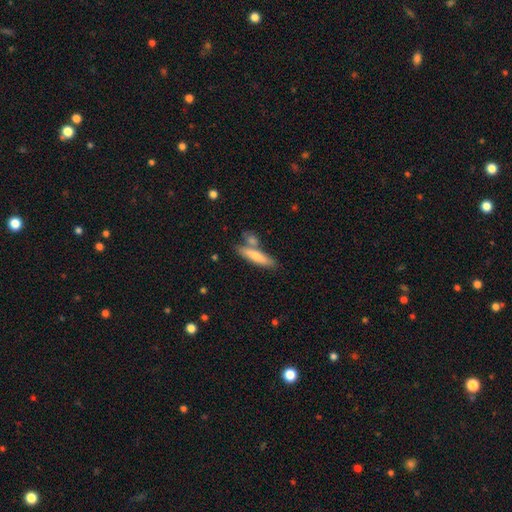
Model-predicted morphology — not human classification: smooth-or-featured: smooth: 70% | featured or disk: 25% | star or artifact: 6%
  how-rounded: cigar-shaped: 81% | in between: 17% | round: 2%
  merging: none: 64% | merger: 19% | minor disturbance: 13% | major disturbance: 3%